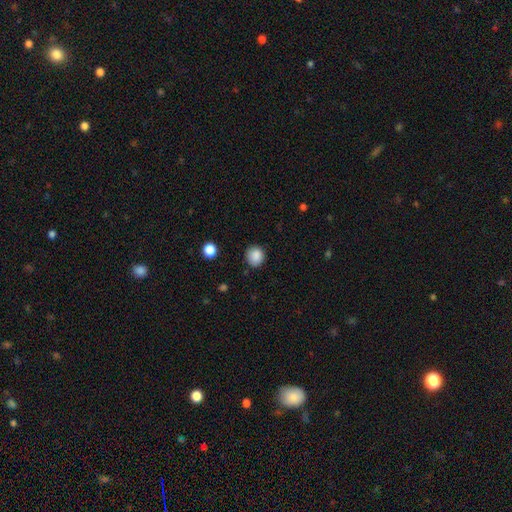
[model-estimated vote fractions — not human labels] This is clearly a smooth galaxy (87%). How rounded: clearly round (82%). Merging: clearly none (83%).